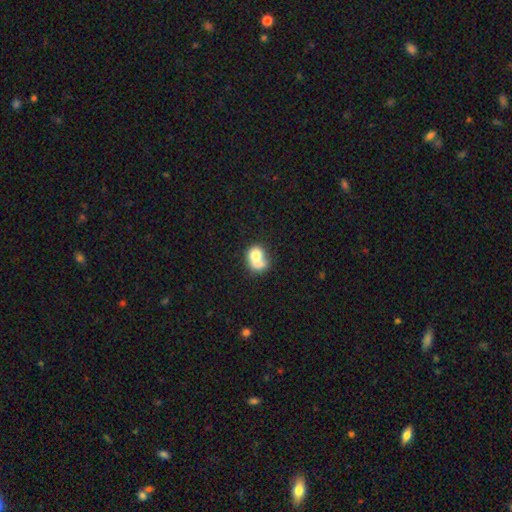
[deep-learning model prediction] Smooth or featured?
  - smooth: 69% *
  - featured or disk: 23%
  - star or artifact: 8%
How rounded?
  - round: 56% *
  - in between: 43%
  - cigar-shaped: 1%
Merging?
  - merger: 50% *
  - none: 24%
  - minor disturbance: 13%
  - major disturbance: 13%